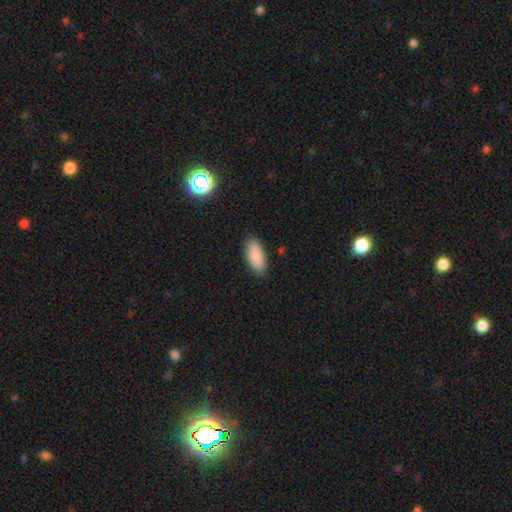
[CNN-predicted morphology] smooth-or-featured: smooth: 88% | star or artifact: 6% | featured or disk: 6%
  how-rounded: in between: 87% | cigar-shaped: 12% | round: 2%
  merging: none: 86% | minor disturbance: 11% | major disturbance: 2% | merger: 1%